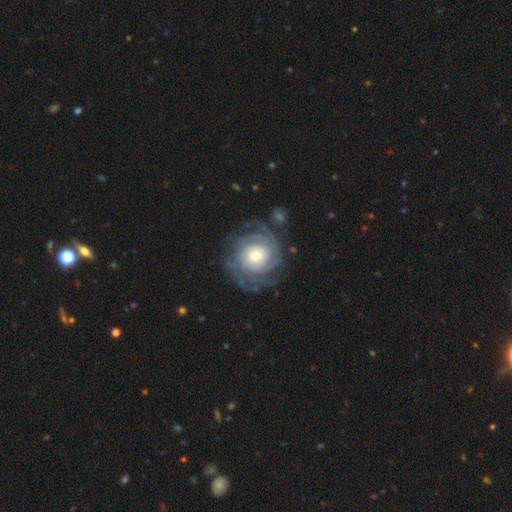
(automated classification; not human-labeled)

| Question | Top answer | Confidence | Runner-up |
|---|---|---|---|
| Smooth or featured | featured or disk | 83% | smooth (11%) |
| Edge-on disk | no | 98% | yes (2%) |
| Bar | no | 76% | weak (19%) |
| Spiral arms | yes | 95% | no (5%) |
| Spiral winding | tight | 72% | medium (22%) |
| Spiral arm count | can't tell | 36% | 4 (19%) |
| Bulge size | small | 45% | moderate (44%) |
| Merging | none | 75% | minor disturbance (14%) |